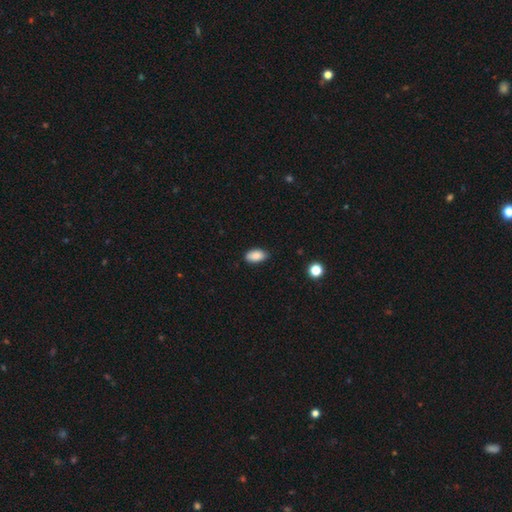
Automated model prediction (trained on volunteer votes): This appears to be a smooth galaxy with no disk features (87%) that is in between round and cigar-shaped (93%). Merging: none (82%).